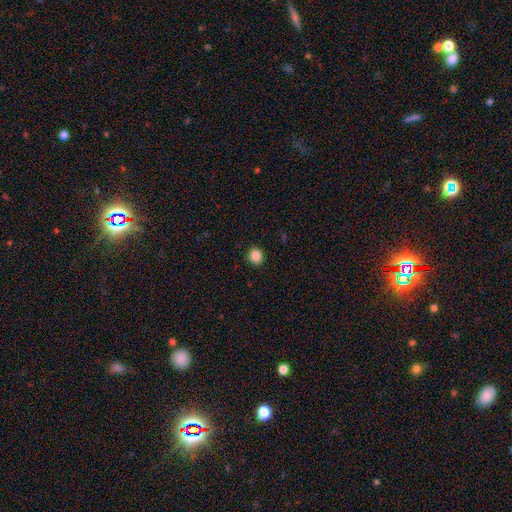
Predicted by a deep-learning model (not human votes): smooth_or_featured: smooth (p=0.87) [alt: star or artifact p=0.10]
how_rounded: round (p=0.67) [alt: in between p=0.32]
merging: none (p=0.91) [alt: minor disturbance p=0.07]